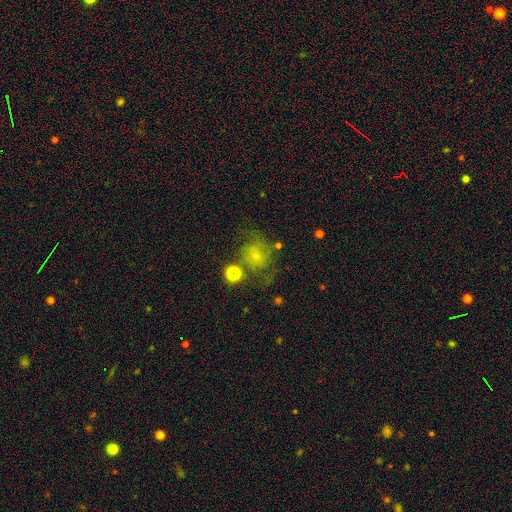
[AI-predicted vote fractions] Smooth or featured: smooth — 50% (featured or disk — 38%)
Merging: none — 50% (minor disturbance — 22%)